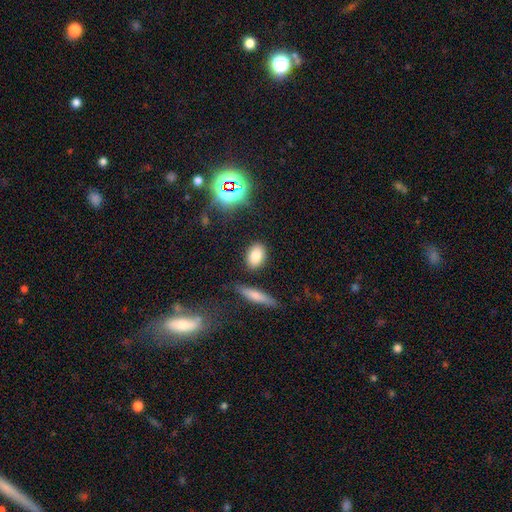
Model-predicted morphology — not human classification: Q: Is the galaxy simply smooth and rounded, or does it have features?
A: smooth — 80%.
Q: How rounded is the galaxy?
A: in between — 79%.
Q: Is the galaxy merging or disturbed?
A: none — 84%.